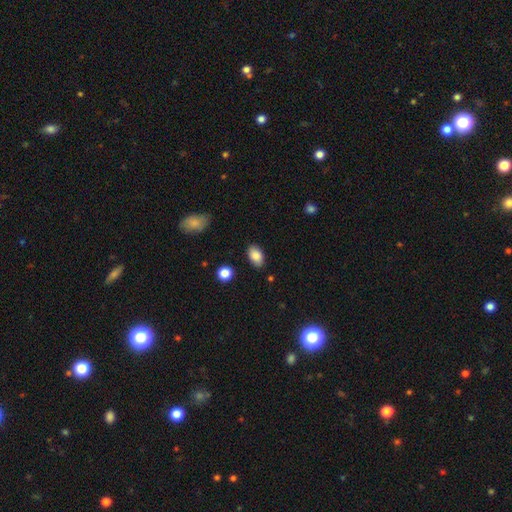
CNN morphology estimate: Smooth or featured? smooth (86%)
How rounded? in between (91%)
Merging? none (85%)